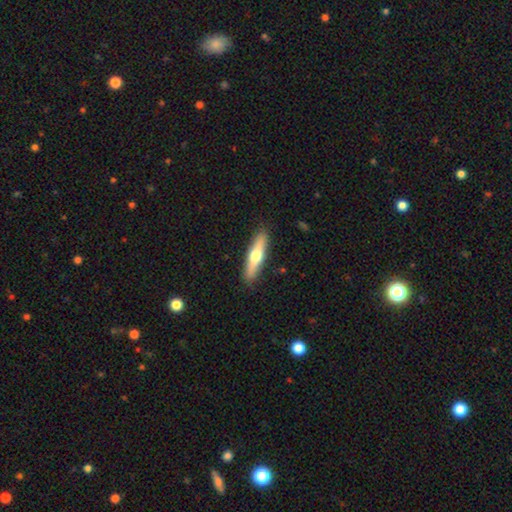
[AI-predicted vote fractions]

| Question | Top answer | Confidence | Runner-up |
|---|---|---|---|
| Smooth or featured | smooth | 52% | featured or disk (43%) |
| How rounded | cigar-shaped | 81% | in between (18%) |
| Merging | none | 89% | minor disturbance (8%) |